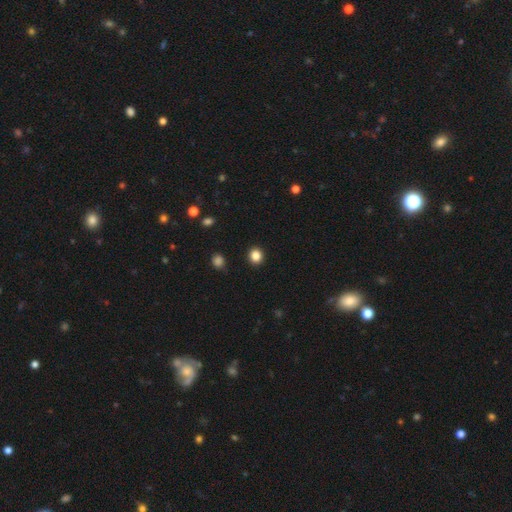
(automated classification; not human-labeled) smooth_or_featured: smooth (p=0.85) [alt: star or artifact p=0.11]
how_rounded: round (p=0.84) [alt: in between p=0.15]
merging: none (p=0.92) [alt: minor disturbance p=0.05]